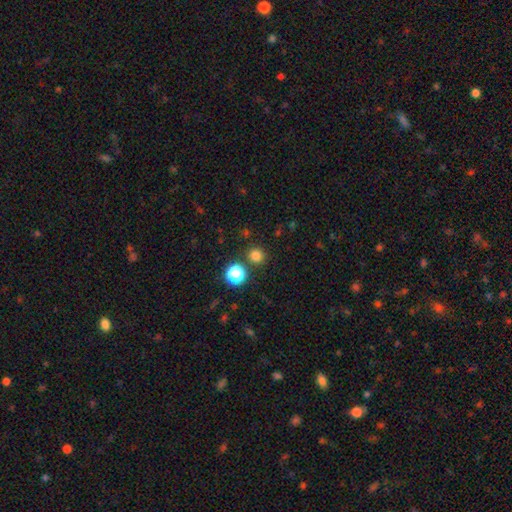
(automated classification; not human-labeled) This appears to be a smooth galaxy with no disk features (78%) that is round (93%). Merging: none (86%).